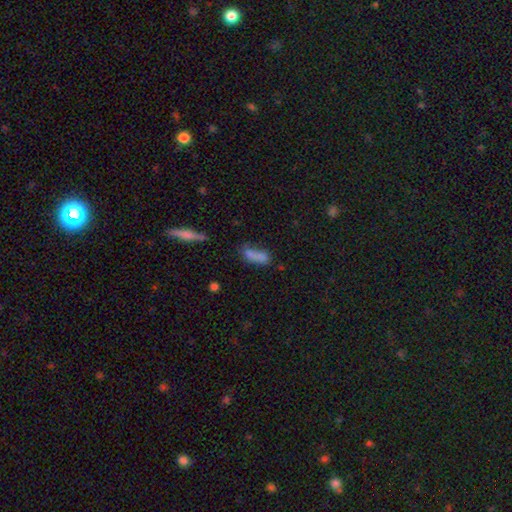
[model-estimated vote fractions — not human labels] Morphology: type=smooth (75%); roundness=in between (63%); merging=none (42%).